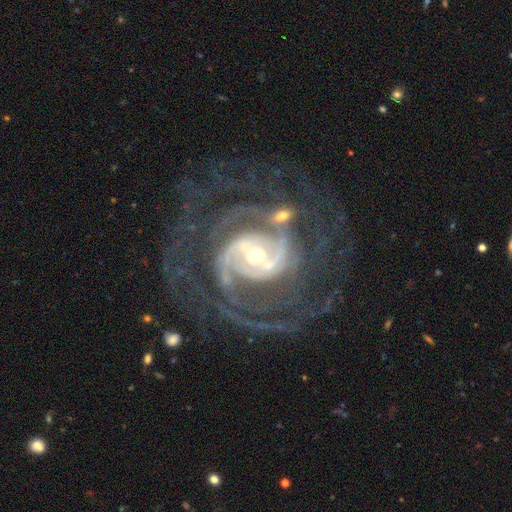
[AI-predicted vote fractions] Smooth or featured: featured or disk — 92% (star or artifact — 5%)
Edge-on disk: no — 97% (yes — 3%)
Bar: weak — 36% (no — 35%)
Spiral arms: yes — 98% (no — 2%)
Spiral winding: tight — 56% (medium — 36%)
Spiral arm count: 2 — 37% (3 — 20%)
Bulge size: moderate — 47% (small — 44%)
Merging: none — 65% (major disturbance — 16%)